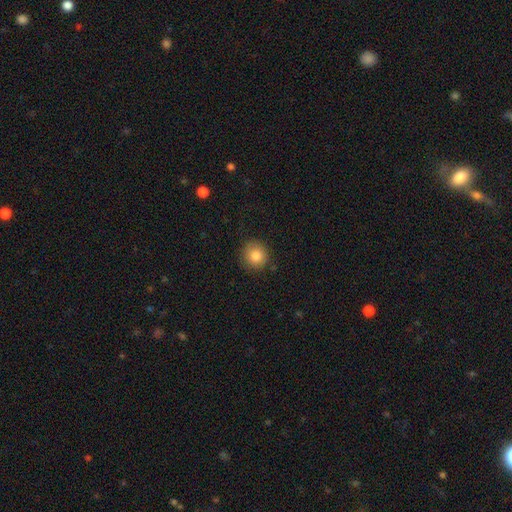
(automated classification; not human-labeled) smooth-or-featured: smooth: 84% | star or artifact: 10% | featured or disk: 6%
  how-rounded: round: 92% | in between: 7% | cigar-shaped: 1%
  merging: none: 87% | minor disturbance: 9% | major disturbance: 2% | merger: 1%